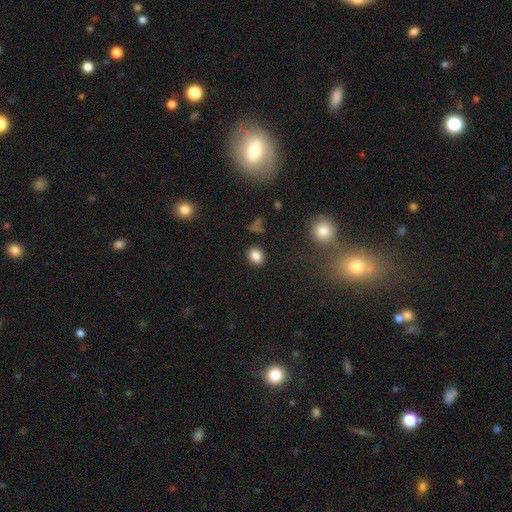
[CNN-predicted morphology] This is clearly a smooth galaxy (84%). How rounded: possibly round (56%). Merging: clearly none (87%).